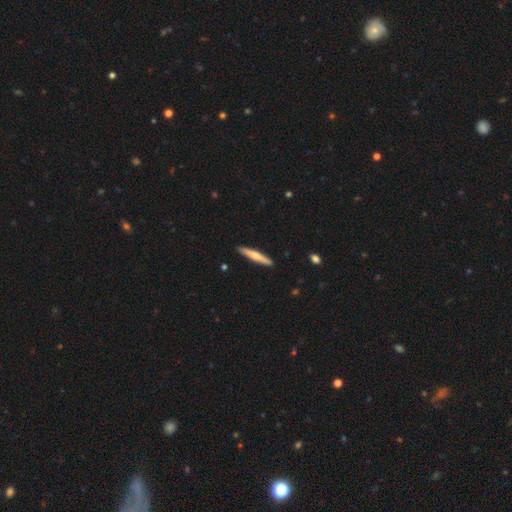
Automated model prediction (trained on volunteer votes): smooth_or_featured: smooth (p=0.51) [alt: featured or disk p=0.44]
how_rounded: cigar-shaped (p=0.94) [alt: in between p=0.05]
merging: none (p=0.91) [alt: minor disturbance p=0.07]